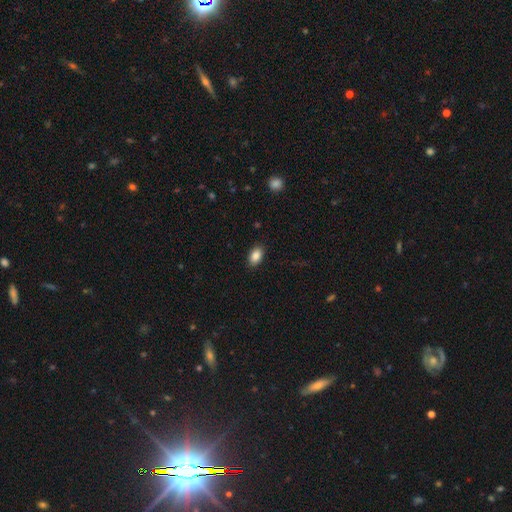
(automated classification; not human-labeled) This appears to be a smooth galaxy with no disk features (88%) that is in between round and cigar-shaped (90%). Merging: none (88%).